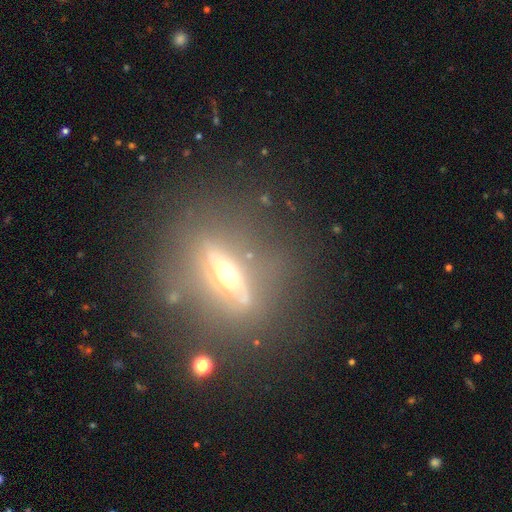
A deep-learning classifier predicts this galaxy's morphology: featured or disk 69%, smooth 17%, star or artifact 14%. Down the decision tree: edge-on disk — yes (74%); edge-on bulge — rounded (94%); merging — none (80%).